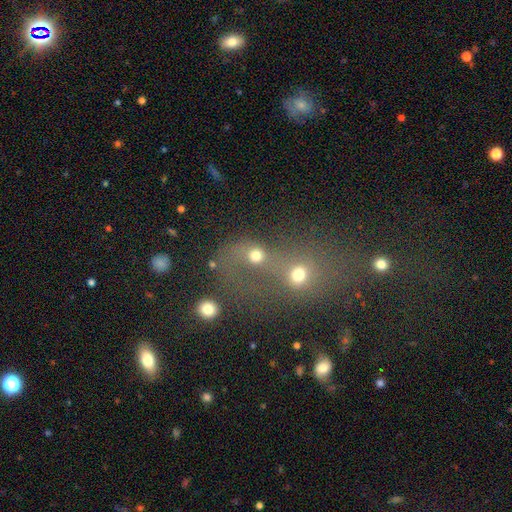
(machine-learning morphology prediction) Smooth or featured?
  - smooth: 67% *
  - star or artifact: 18%
  - featured or disk: 15%
How rounded?
  - round: 71% *
  - in between: 28%
  - cigar-shaped: 2%
Merging?
  - merger: 65% *
  - none: 20%
  - major disturbance: 9%
  - minor disturbance: 6%